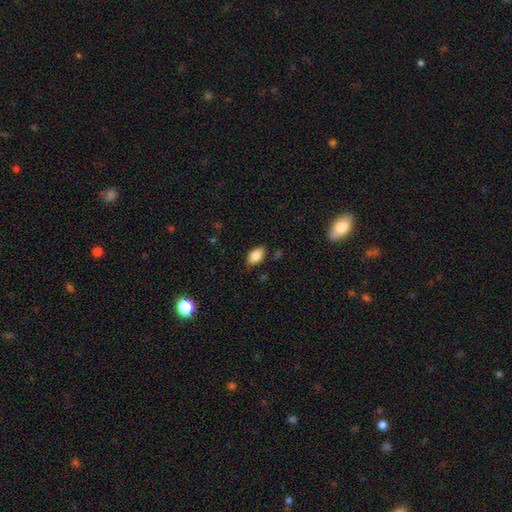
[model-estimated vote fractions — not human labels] Smooth or featured? smooth (83%)
How rounded? in between (91%)
Merging? none (81%)